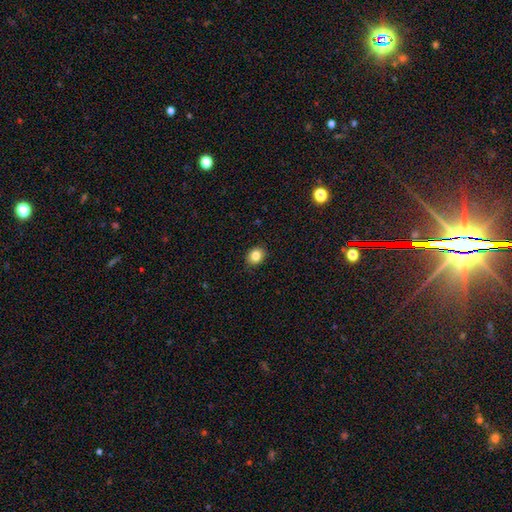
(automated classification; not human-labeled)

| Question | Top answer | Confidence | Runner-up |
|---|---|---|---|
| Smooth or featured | smooth | 84% | star or artifact (10%) |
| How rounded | round | 60% | in between (39%) |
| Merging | none | 89% | minor disturbance (8%) |